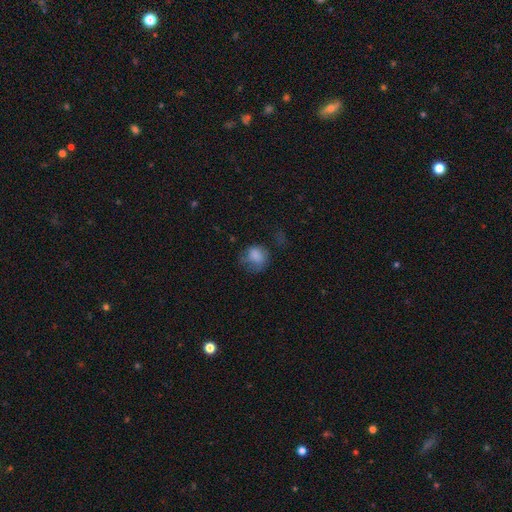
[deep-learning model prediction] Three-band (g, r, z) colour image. It shows a smooth galaxy with no disk features (77%) that is round (61%). Merging: none (43%).